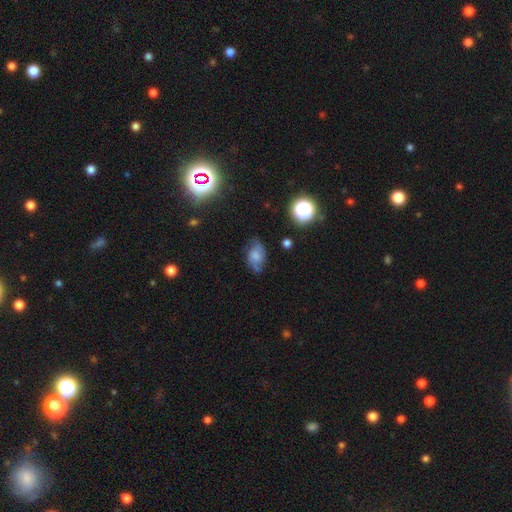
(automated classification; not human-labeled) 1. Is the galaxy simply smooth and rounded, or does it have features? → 44% featured or disk, 43% smooth, 13% star or artifact.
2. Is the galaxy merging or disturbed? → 59% none, 28% minor disturbance, 11% major disturbance, 3% merger.